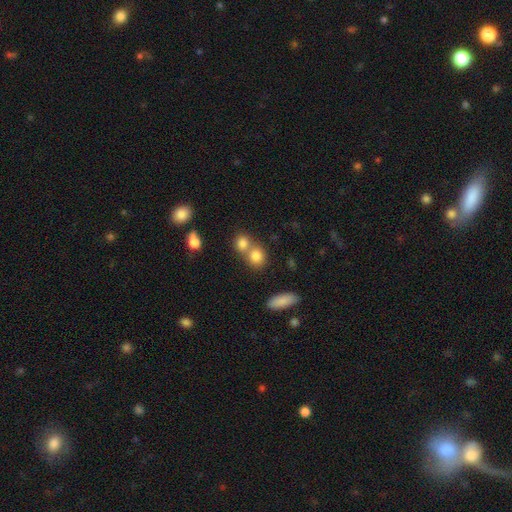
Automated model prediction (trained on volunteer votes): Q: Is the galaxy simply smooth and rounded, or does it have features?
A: smooth — 81%.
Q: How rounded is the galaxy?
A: round — 75%.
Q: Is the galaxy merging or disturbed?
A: merger — 48%.